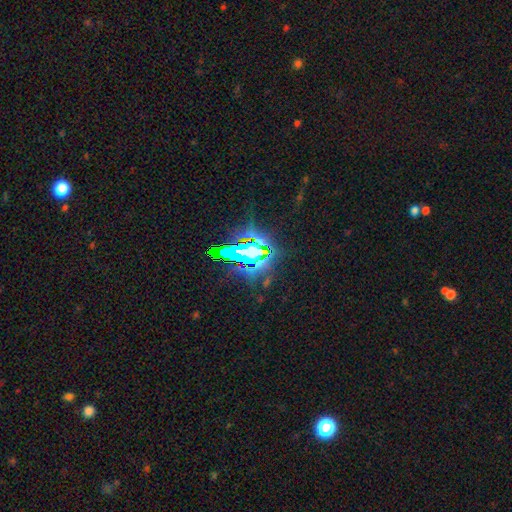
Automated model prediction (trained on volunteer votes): This is likely a star or artifact rather than a galaxy (67%).